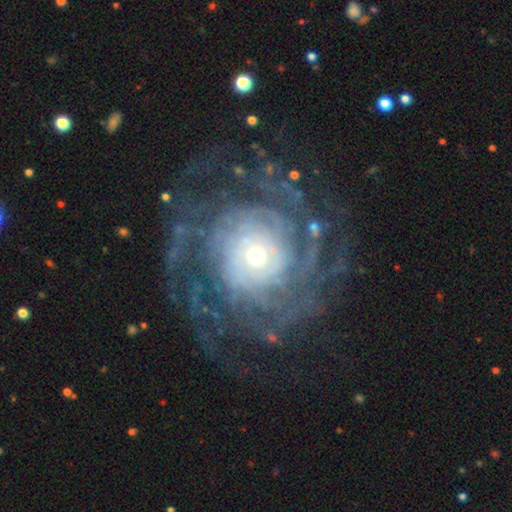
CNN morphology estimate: Q: Smooth or featured?
A: featured or disk (87%); runner-up: star or artifact (7%)
Q: Edge-on disk?
A: no (97%); runner-up: yes (3%)
Q: Bar?
A: no (81%); runner-up: weak (14%)
Q: Spiral arms?
A: yes (94%); runner-up: no (6%)
Q: Spiral winding?
A: tight (73%); runner-up: medium (20%)
Q: Spiral arm count?
A: can't tell (31%); runner-up: more than 4 (26%)
Q: Bulge size?
A: small (50%); runner-up: moderate (41%)
Q: Merging?
A: none (70%); runner-up: major disturbance (16%)